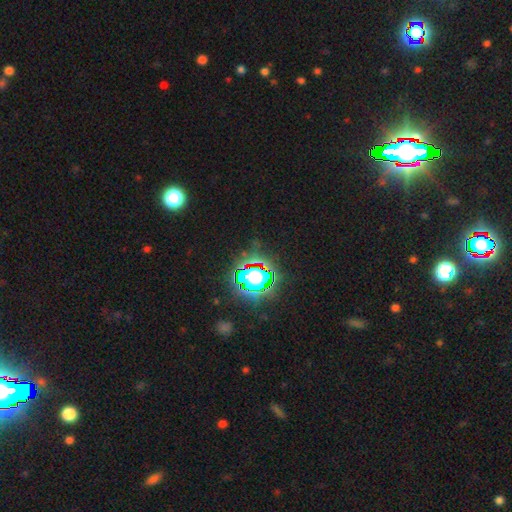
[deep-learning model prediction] Smooth or featured?
  - star or artifact: 81% *
  - smooth: 12%
  - featured or disk: 7%